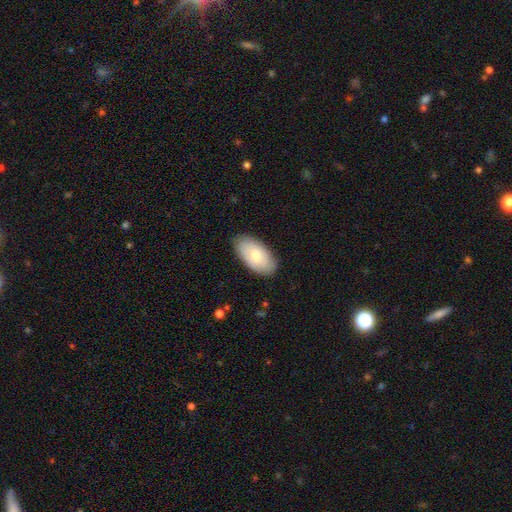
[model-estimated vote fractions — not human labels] Morphology: type=smooth (70%); roundness=in between (95%); merging=none (83%).